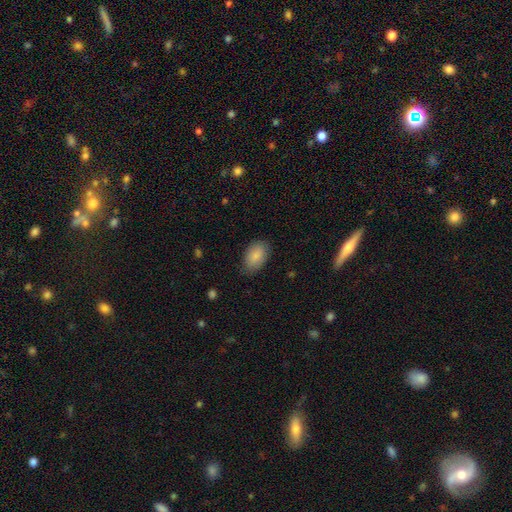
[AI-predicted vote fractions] Smooth or featured: smooth — 87% (star or artifact — 6%)
How rounded: in between — 92% (round — 6%)
Merging: none — 80% (minor disturbance — 16%)